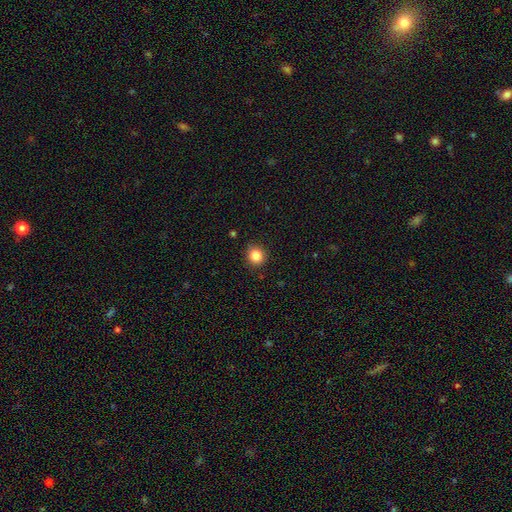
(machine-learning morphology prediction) A smooth galaxy with no disk features (86%) that is round (85%). Merging: none (88%).